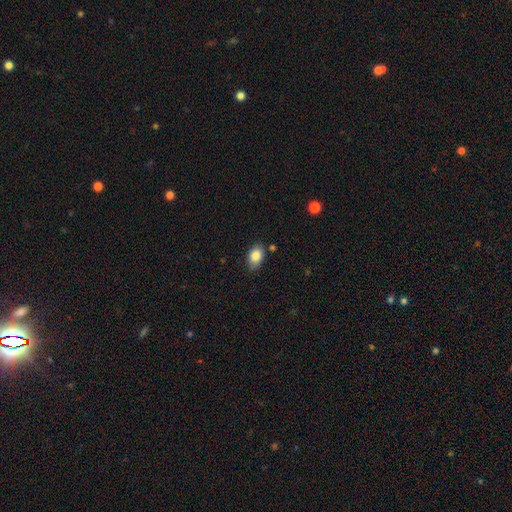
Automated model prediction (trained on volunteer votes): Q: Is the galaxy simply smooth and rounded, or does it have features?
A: smooth — 85%.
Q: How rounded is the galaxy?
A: in between — 83%.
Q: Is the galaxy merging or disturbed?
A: none — 77%.